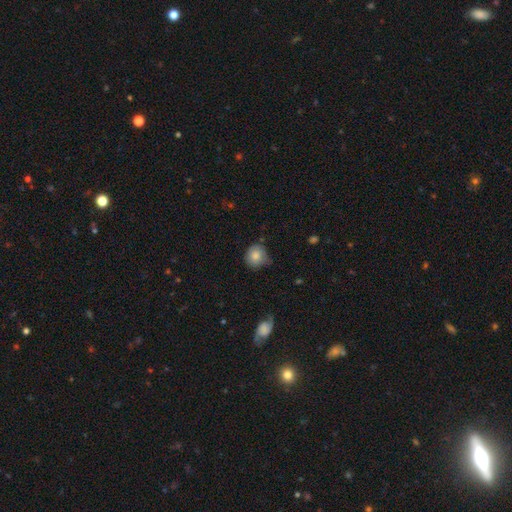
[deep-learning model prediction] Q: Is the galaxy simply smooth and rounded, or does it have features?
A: smooth — 82%.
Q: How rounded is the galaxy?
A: round — 87%.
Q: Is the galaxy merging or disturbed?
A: none — 63%.